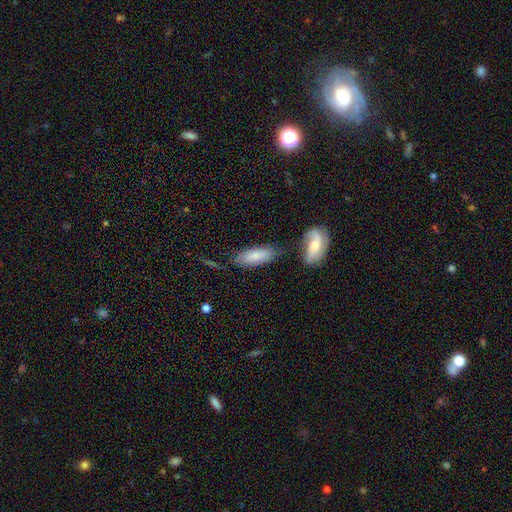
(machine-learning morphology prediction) This is likely a smooth galaxy (77%). How rounded: likely in between (72%). Merging: likely none (68%).